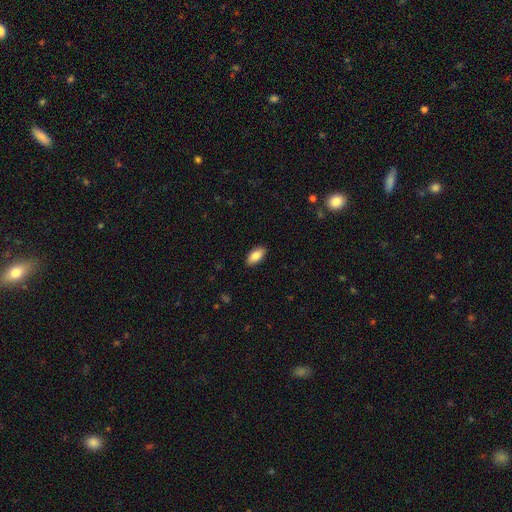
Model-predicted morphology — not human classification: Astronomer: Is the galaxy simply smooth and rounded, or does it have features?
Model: smooth — 85%.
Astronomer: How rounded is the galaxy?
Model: in between — 92%.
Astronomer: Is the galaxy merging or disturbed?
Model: none — 89%.